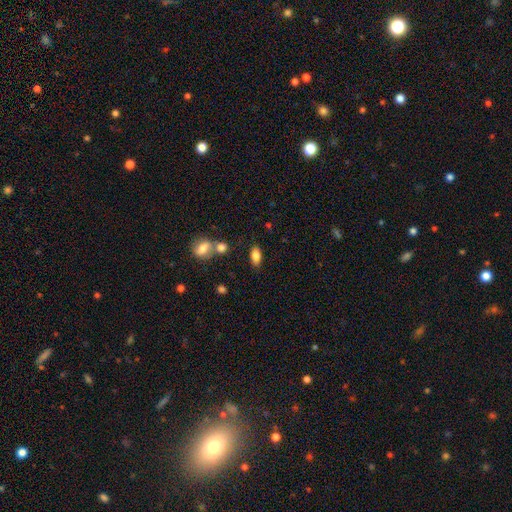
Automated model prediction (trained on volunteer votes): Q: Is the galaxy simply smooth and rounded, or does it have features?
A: smooth — 83%.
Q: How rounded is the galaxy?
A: in between — 88%.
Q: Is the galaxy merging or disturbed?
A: none — 76%.